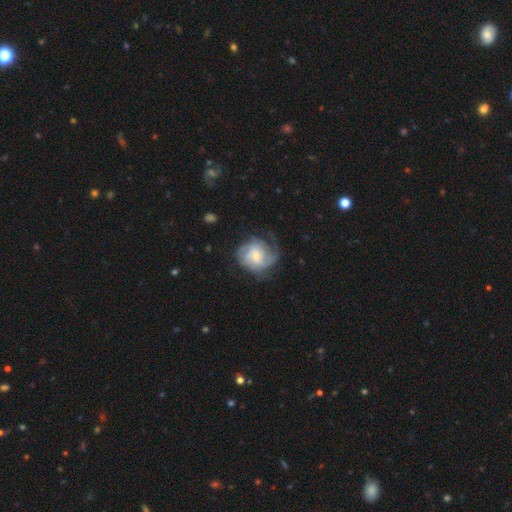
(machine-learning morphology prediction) This appears to be a featured or disk galaxy (77%) with no bar (58%), tight (52%) spiral arms (93%) and a small central bulge (51%). Merging: none (62%).